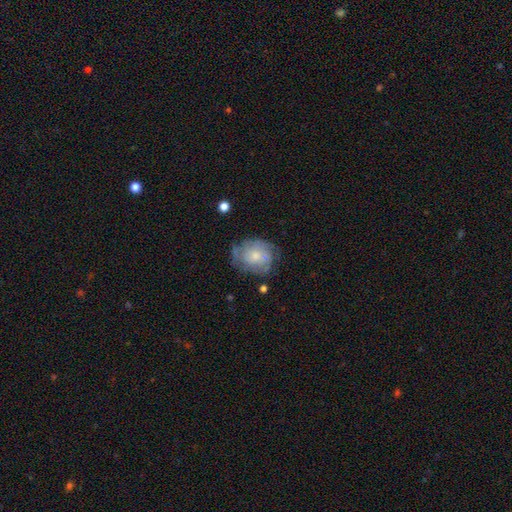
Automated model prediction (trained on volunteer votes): Smooth or featured: featured or disk — 48% (smooth — 44%)
Merging: none — 55% (minor disturbance — 28%)